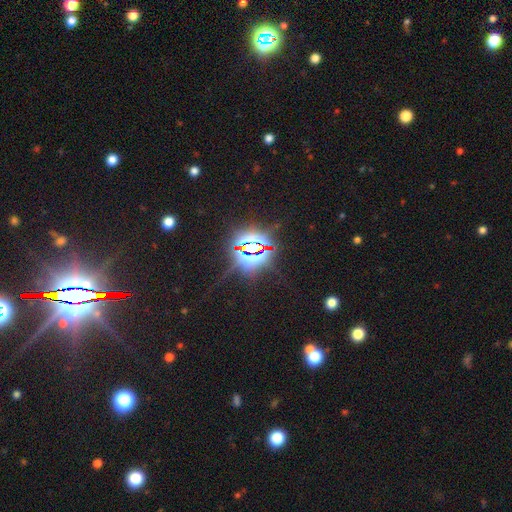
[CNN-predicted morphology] smooth-or-featured: star or artifact: 84% | smooth: 8% | featured or disk: 8%